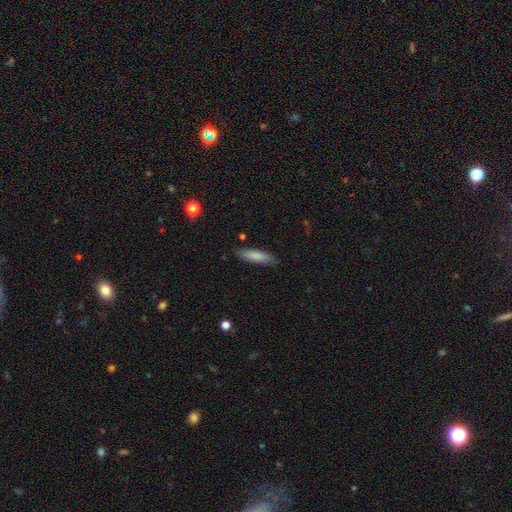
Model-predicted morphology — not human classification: This is clearly a smooth galaxy (83%). How rounded: likely cigar-shaped (66%). Merging: clearly none (84%).